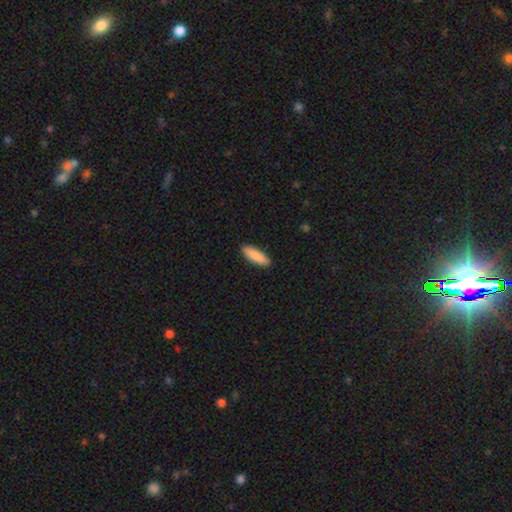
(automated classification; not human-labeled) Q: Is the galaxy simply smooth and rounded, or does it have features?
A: smooth — 89%.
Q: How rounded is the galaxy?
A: in between — 52%.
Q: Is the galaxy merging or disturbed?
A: none — 91%.